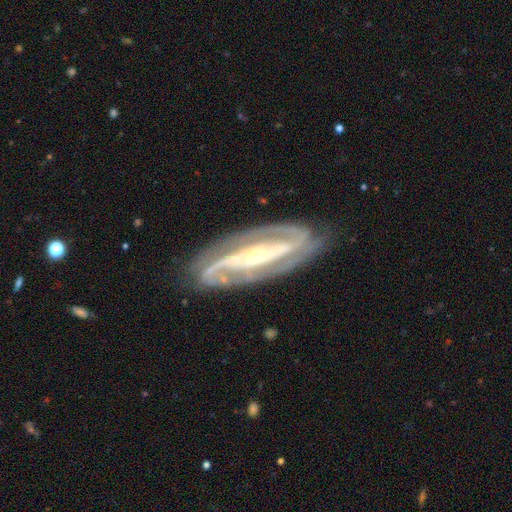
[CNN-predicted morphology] Q: Smooth or featured?
A: featured or disk (91%); runner-up: star or artifact (4%)
Q: Edge-on disk?
A: no (92%); runner-up: yes (8%)
Q: Bar?
A: strong (61%); runner-up: no (20%)
Q: Spiral arms?
A: yes (97%); runner-up: no (3%)
Q: Spiral winding?
A: tight (48%); runner-up: medium (41%)
Q: Spiral arm count?
A: 2 (84%); runner-up: 3 (6%)
Q: Bulge size?
A: small (54%); runner-up: moderate (41%)
Q: Merging?
A: none (82%); runner-up: minor disturbance (13%)